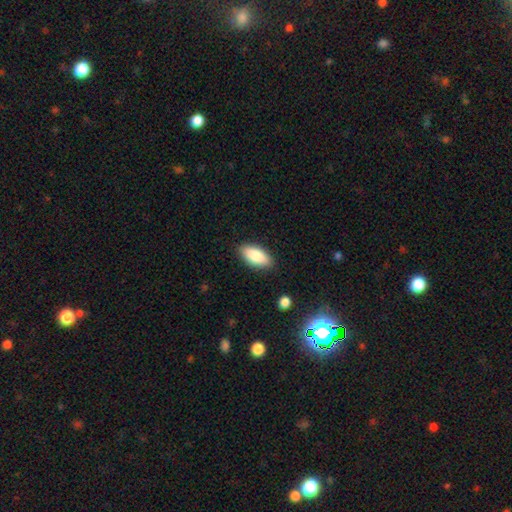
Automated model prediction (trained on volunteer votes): smooth_or_featured: smooth (p=0.86) [alt: featured or disk p=0.07]
how_rounded: in between (p=0.88) [alt: cigar-shaped p=0.10]
merging: none (p=0.86) [alt: minor disturbance p=0.10]